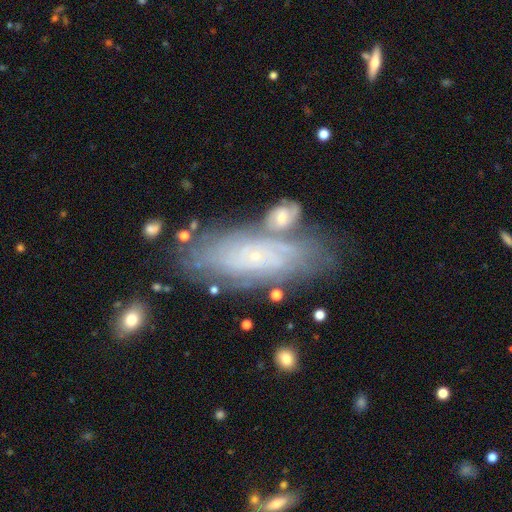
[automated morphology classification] Overall: featured or disk (70%). Edge-on disk: no (85%). Bar: no (82%). Spiral arms: yes (81%). Bulge size: small (87%). Merging: none (68%).